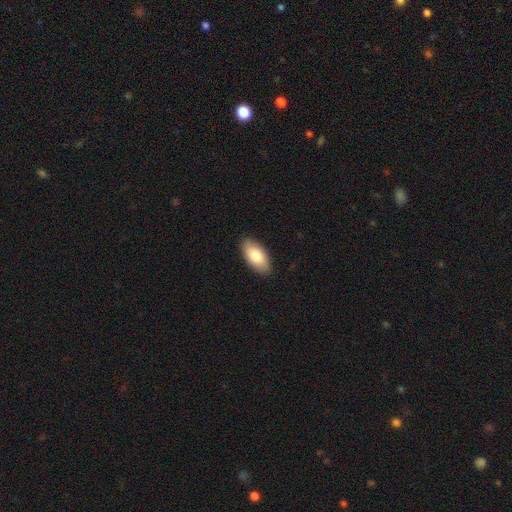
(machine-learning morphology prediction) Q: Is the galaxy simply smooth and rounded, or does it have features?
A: smooth — 83%.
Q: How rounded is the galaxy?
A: in between — 94%.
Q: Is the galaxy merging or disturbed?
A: none — 88%.